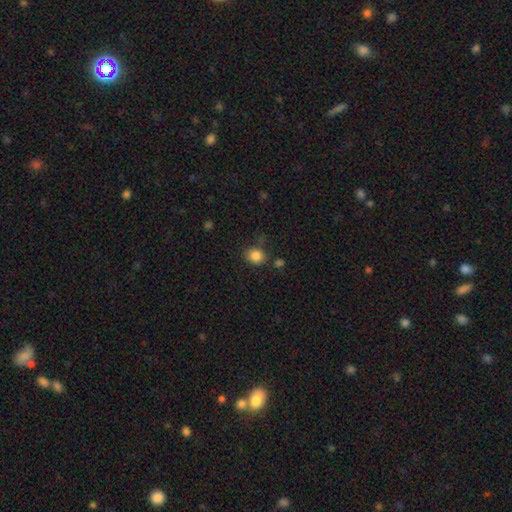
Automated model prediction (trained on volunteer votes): The model was most divided on "how rounded": round: 64%, in between: 35%, cigar-shaped: 1%. More confident: smooth or featured — smooth (84%); merging — none (78%).